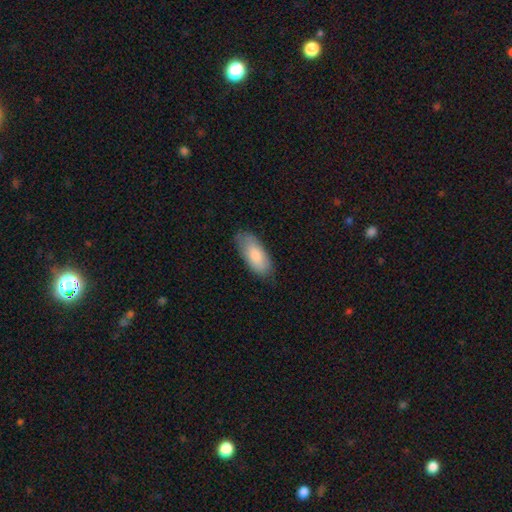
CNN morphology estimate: Smooth or featured: smooth — 82% (featured or disk — 12%)
How rounded: in between — 87% (cigar-shaped — 11%)
Merging: none — 76% (minor disturbance — 19%)